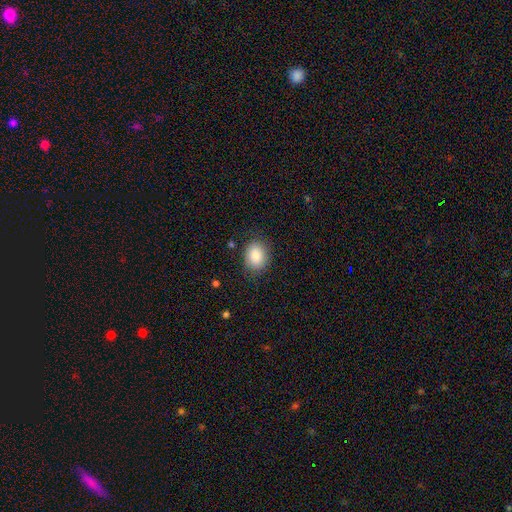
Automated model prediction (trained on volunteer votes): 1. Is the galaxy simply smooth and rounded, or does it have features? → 87% smooth, 7% star or artifact, 5% featured or disk.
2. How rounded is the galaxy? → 61% in between, 38% round, 1% cigar-shaped.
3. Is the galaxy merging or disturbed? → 81% none, 14% minor disturbance, 4% major disturbance, 1% merger.